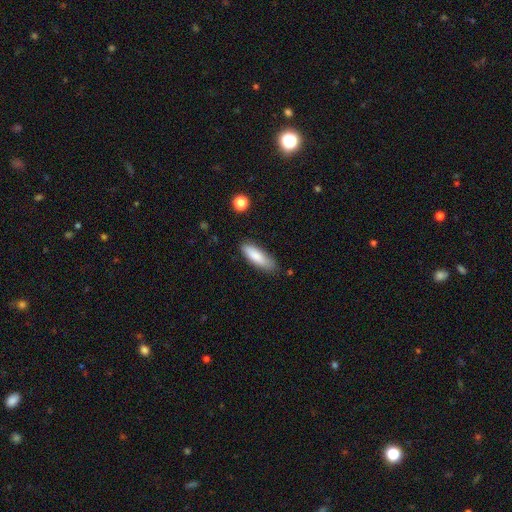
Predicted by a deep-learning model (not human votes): Overall: smooth (84%). How rounded: in between (50%; cigar-shaped 48%). Merging: none (78%).